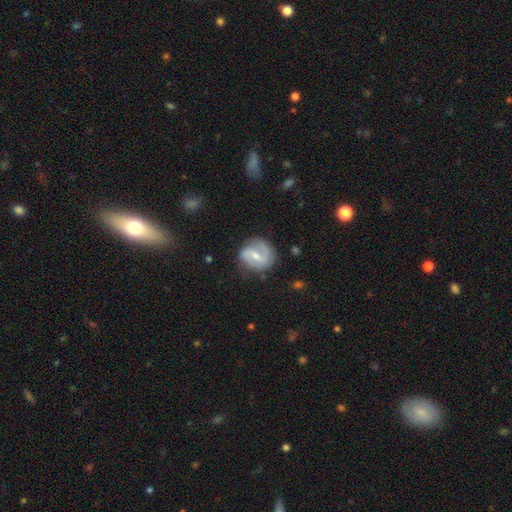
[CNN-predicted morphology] A featured or disk galaxy (71%) with a weak bar (54%), 2 (80%) medium (46%) spiral arms (88%) and a moderate central bulge (48%). Merging: none (72%).